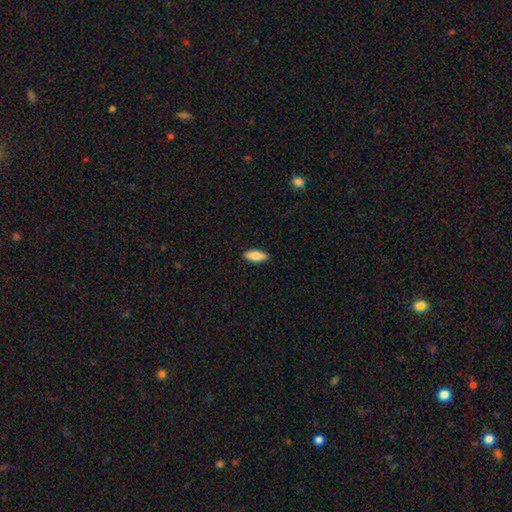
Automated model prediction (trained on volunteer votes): smooth_or_featured: smooth (p=0.83) [alt: featured or disk p=0.11]
how_rounded: in between (p=0.80) [alt: cigar-shaped p=0.18]
merging: none (p=0.89) [alt: minor disturbance p=0.08]